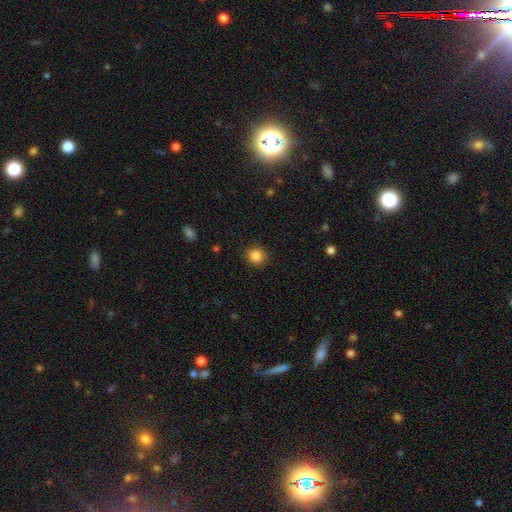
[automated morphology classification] smooth-or-featured: smooth: 86% | star or artifact: 10% | featured or disk: 4%
  how-rounded: round: 89% | in between: 10% | cigar-shaped: 1%
  merging: none: 90% | minor disturbance: 7% | major disturbance: 2% | merger: 1%